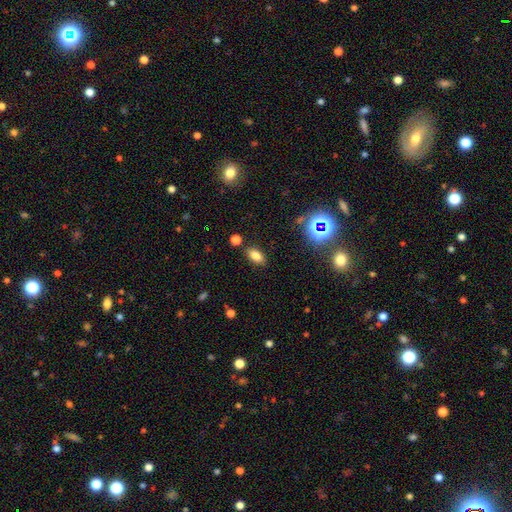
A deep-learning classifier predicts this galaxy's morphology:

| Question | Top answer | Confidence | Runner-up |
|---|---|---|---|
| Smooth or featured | smooth | 79% | star or artifact (14%) |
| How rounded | in between | 88% | round (7%) |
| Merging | none | 84% | minor disturbance (10%) |